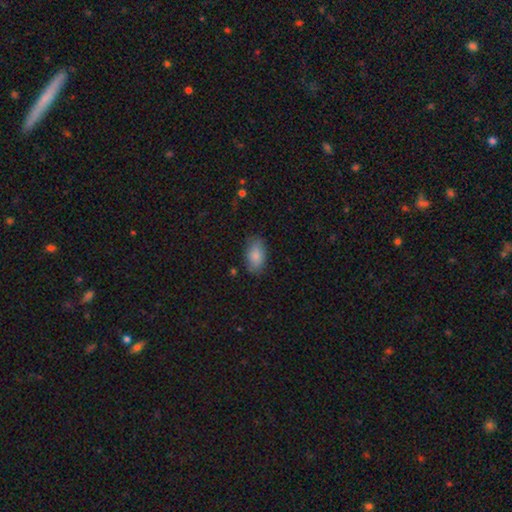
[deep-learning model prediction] smooth_or_featured: smooth (p=0.86) [alt: featured or disk p=0.07]
how_rounded: in between (p=0.92) [alt: round p=0.06]
merging: none (p=0.80) [alt: minor disturbance p=0.15]